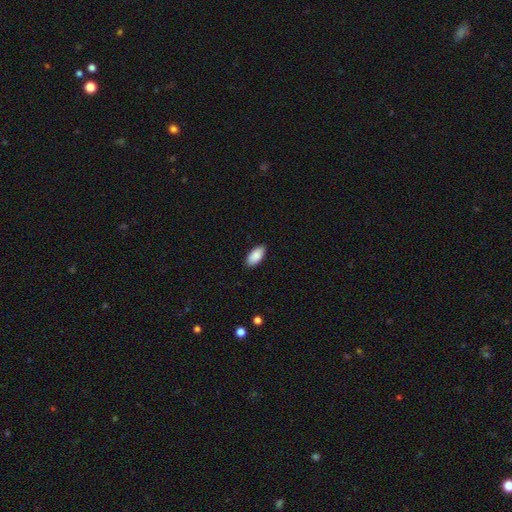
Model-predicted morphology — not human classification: smooth-or-featured: smooth: 89% | star or artifact: 6% | featured or disk: 5%
  how-rounded: in between: 94% | cigar-shaped: 4% | round: 2%
  merging: none: 88% | minor disturbance: 9% | major disturbance: 2% | merger: 1%